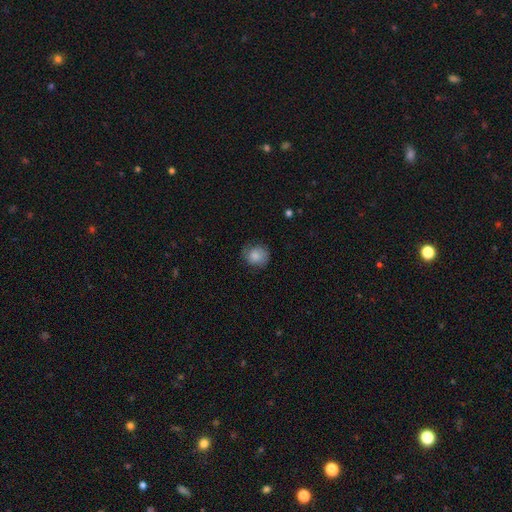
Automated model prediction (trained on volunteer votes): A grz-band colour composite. It shows a smooth galaxy with no disk features (78%) that is round (79%). Merging: none (69%).